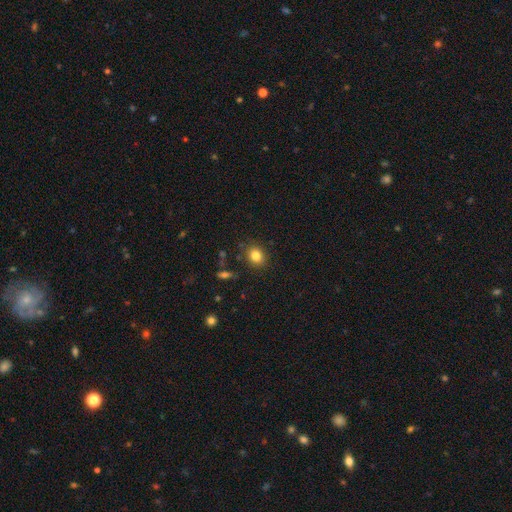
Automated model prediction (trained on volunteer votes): Q: Smooth or featured?
A: smooth (83%); runner-up: star or artifact (11%)
Q: How rounded?
A: round (62%); runner-up: in between (37%)
Q: Merging?
A: none (86%); runner-up: minor disturbance (9%)